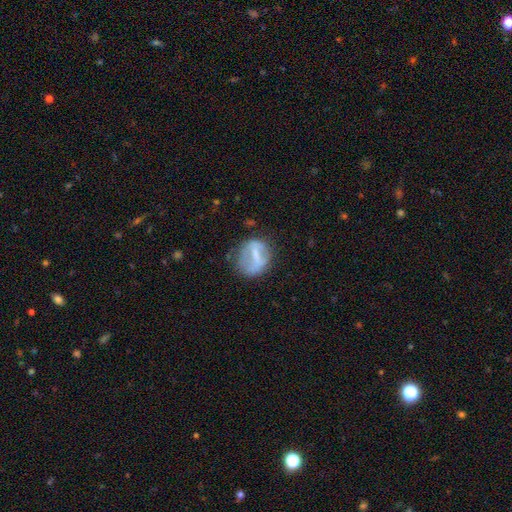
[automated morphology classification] Overall: featured or disk (50%; smooth 42%). Merging: none (57%; minor disturbance 24%).